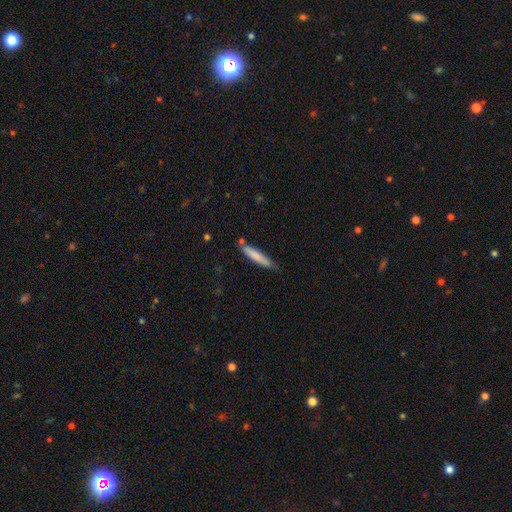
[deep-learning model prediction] Smooth or featured?
  - smooth: 77% *
  - featured or disk: 18%
  - star or artifact: 6%
How rounded?
  - cigar-shaped: 91% *
  - in between: 8%
  - round: 1%
Merging?
  - none: 71% *
  - minor disturbance: 19%
  - merger: 7%
  - major disturbance: 3%